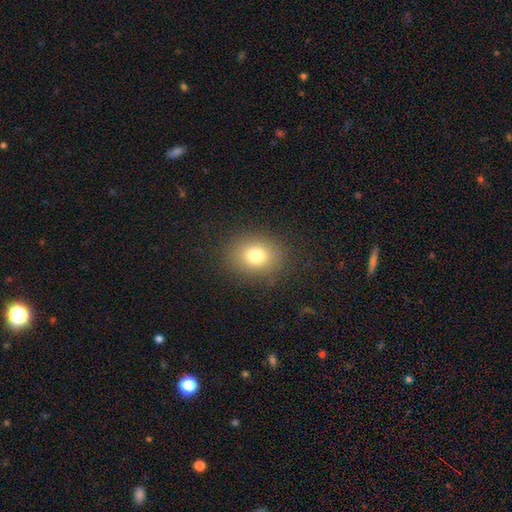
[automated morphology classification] This is likely a smooth galaxy (77%). How rounded: likely round (63%). Merging: clearly none (86%).